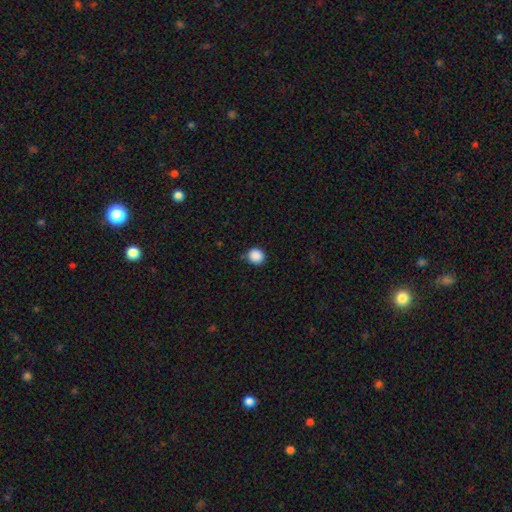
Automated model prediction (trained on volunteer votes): A smooth galaxy with no disk features (89%) that is round (90%).

Vote fractions:
- Smooth or featured? smooth: 89% / star or artifact: 9% / featured or disk: 2%
- How rounded? round: 90% / in between: 9% / cigar-shaped: 1%
- Merging? none: 85% / minor disturbance: 10% / major disturbance: 3% / merger: 2%